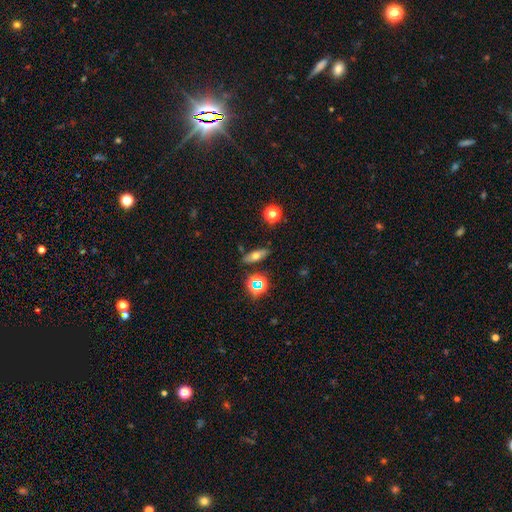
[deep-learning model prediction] Smooth or featured? smooth (58%)
How rounded? in between (56%)
Merging? none (83%)